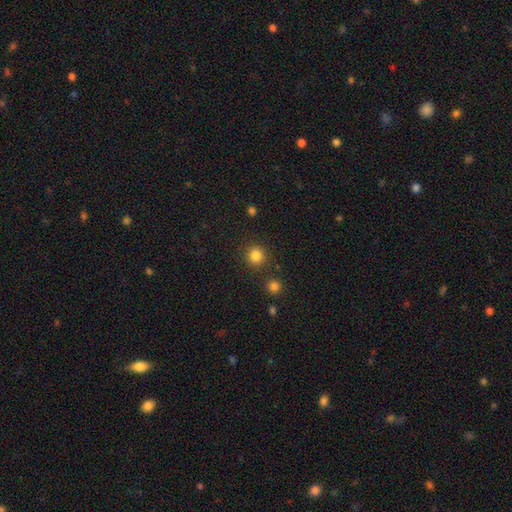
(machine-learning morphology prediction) smooth-or-featured: smooth: 84% | star or artifact: 12% | featured or disk: 4%
  how-rounded: round: 93% | in between: 6% | cigar-shaped: 1%
  merging: none: 88% | minor disturbance: 6% | merger: 3% | major disturbance: 3%